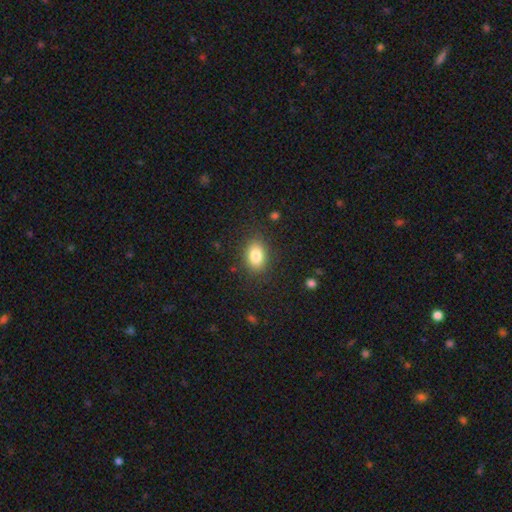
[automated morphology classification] Smooth or featured: smooth — 82% (star or artifact — 9%)
How rounded: in between — 76% (round — 23%)
Merging: none — 85% (minor disturbance — 10%)